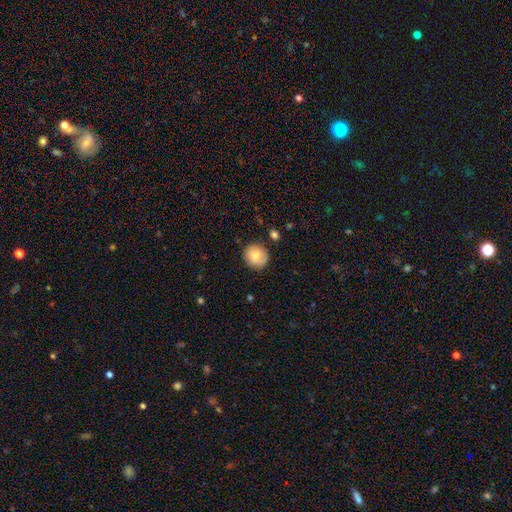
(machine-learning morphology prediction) Q: Smooth or featured?
A: smooth (76%); runner-up: featured or disk (16%)
Q: How rounded?
A: round (89%); runner-up: in between (11%)
Q: Merging?
A: none (82%); runner-up: minor disturbance (12%)